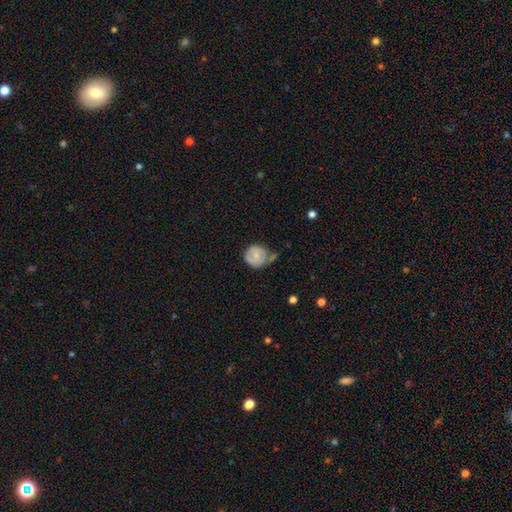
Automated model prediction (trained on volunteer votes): A smooth galaxy with no disk features (62%) that is round (83%).

Vote fractions:
- Smooth or featured? smooth: 62% / featured or disk: 31% / star or artifact: 7%
- How rounded? round: 83% / in between: 16% / cigar-shaped: 1%
- Merging? none: 46% / minor disturbance: 33% / major disturbance: 11% / merger: 10%